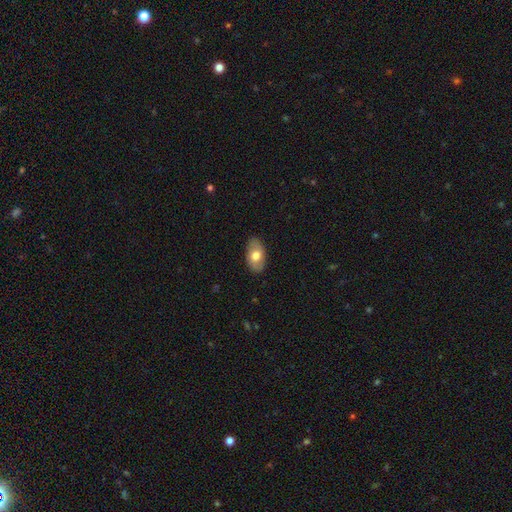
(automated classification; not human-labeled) Morphology: type=smooth (66%); roundness=in between (93%); merging=none (85%).